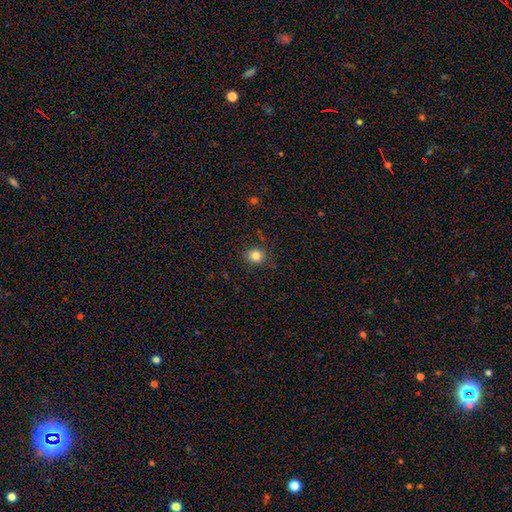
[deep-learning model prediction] Morphology: type=smooth (83%); roundness=round (84%); merging=none (87%).